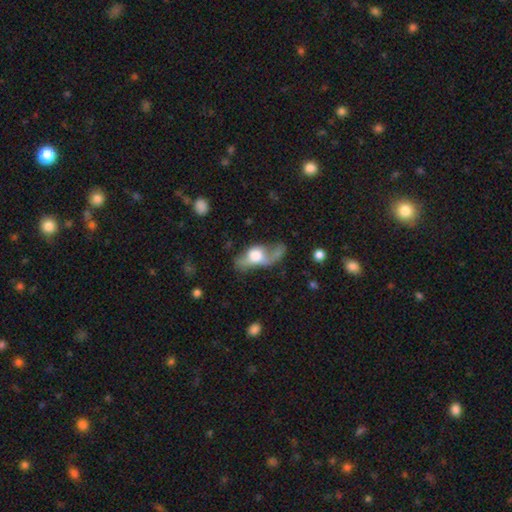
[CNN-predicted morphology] A featured or disk galaxy (47%).

Vote fractions:
- Smooth or featured? featured or disk: 47% / smooth: 44% / star or artifact: 9%
- Merging? major disturbance: 42% / none: 26% / minor disturbance: 20% / merger: 12%